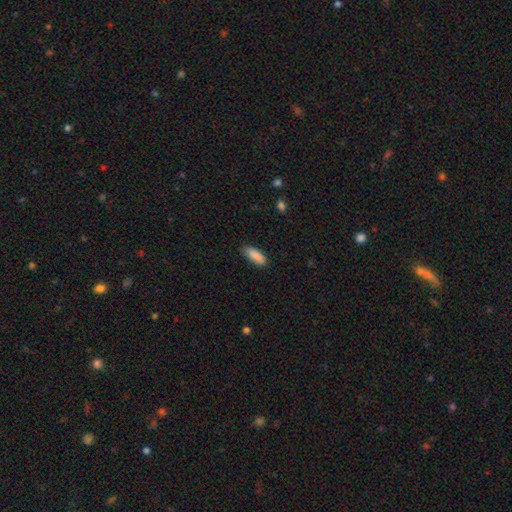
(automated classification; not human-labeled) Overall: smooth (89%). How rounded: in between (60%; cigar-shaped 38%). Merging: none (83%).